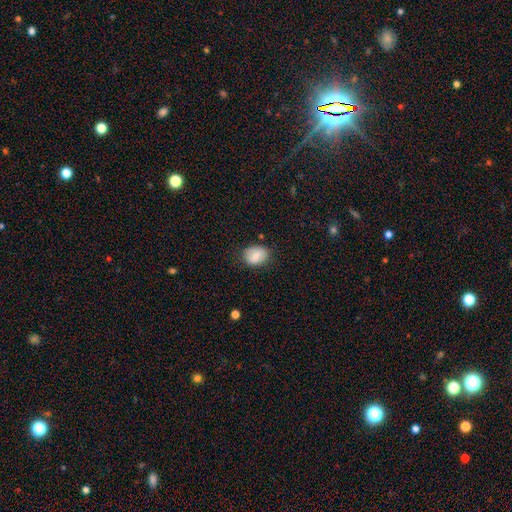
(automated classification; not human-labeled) smooth 82%, featured or disk 10%, star or artifact 8%. Down the decision tree: how rounded — in between (65%); merging — none (76%).